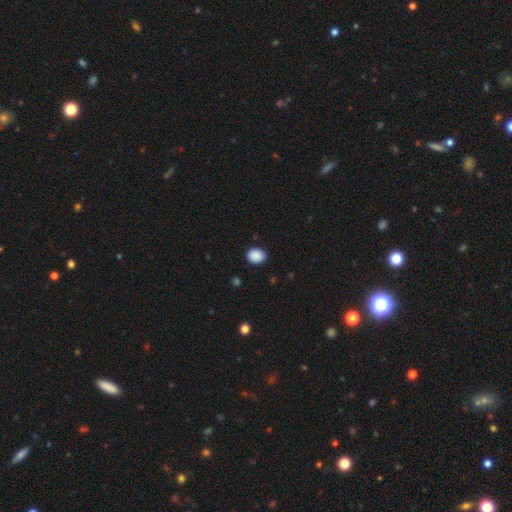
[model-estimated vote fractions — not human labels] Smooth or featured? Predicted: smooth (p=0.89). How rounded? Predicted: round (p=0.55). Merging? Predicted: none (p=0.89).